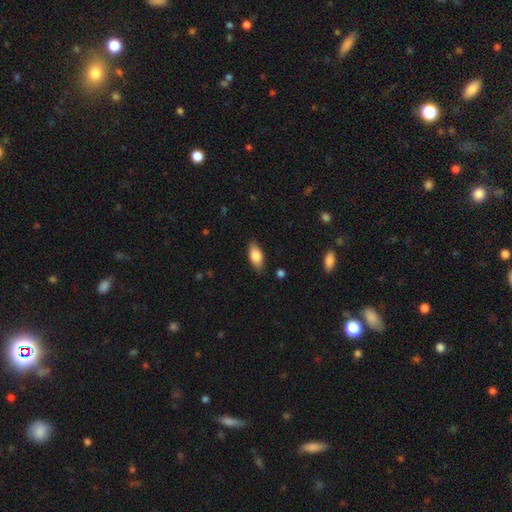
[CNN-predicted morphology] The model was most divided on "smooth or featured": smooth: 78%, featured or disk: 16%, star or artifact: 6%. More confident: how rounded — in between (85%); merging — none (84%).